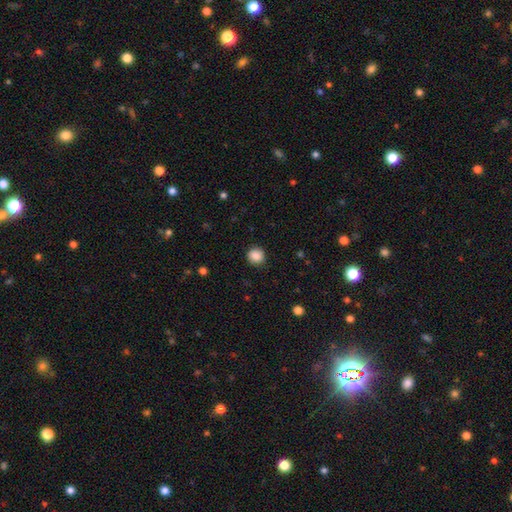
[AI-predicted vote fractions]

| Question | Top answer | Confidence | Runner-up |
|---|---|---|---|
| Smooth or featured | smooth | 87% | star or artifact (9%) |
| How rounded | round | 89% | in between (10%) |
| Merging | none | 88% | minor disturbance (9%) |